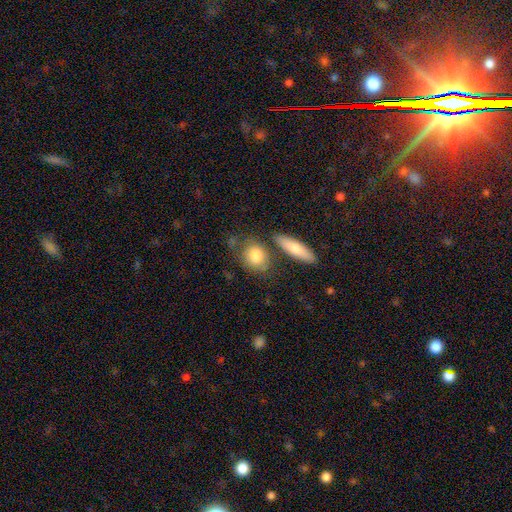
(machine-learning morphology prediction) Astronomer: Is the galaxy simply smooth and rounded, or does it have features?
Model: smooth — 80%.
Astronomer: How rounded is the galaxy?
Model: in between — 48% (runner-up: round, 47%).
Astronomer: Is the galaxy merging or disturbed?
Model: none — 61%.